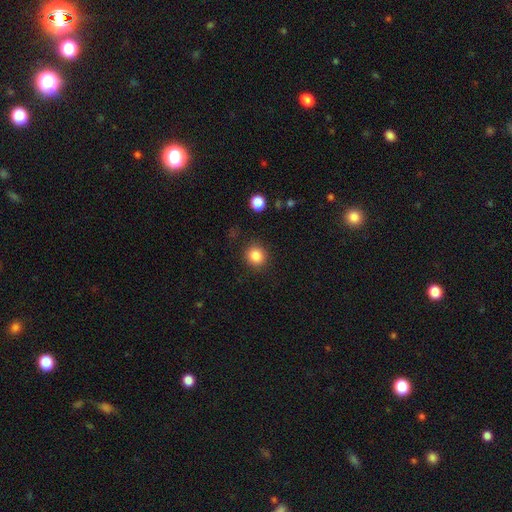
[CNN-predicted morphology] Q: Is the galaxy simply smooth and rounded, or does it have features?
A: smooth — 85%.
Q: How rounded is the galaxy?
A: round — 89%.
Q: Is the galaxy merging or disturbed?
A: none — 89%.